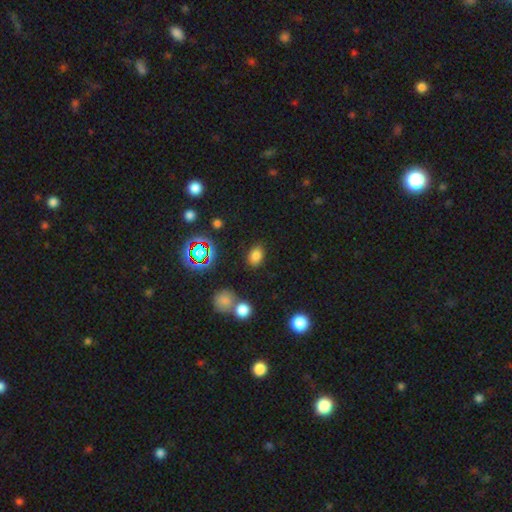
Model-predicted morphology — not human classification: This appears to be a smooth galaxy with no disk features (75%) that is in between round and cigar-shaped (74%). Merging: none (83%).